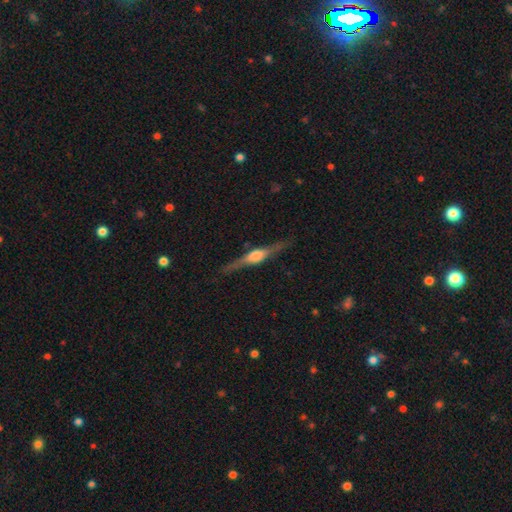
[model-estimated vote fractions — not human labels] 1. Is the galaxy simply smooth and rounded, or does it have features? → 79% featured or disk, 15% smooth, 5% star or artifact.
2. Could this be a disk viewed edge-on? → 97% yes, 3% no.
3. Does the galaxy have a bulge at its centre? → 81% rounded, 16% boxy, 3% none.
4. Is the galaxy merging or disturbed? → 86% none, 10% minor disturbance, 2% major disturbance, 1% merger.